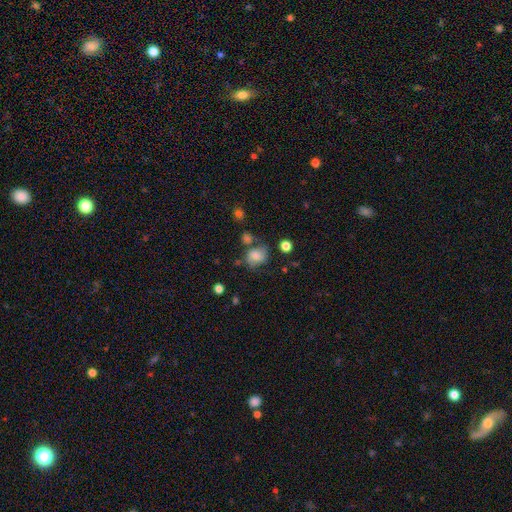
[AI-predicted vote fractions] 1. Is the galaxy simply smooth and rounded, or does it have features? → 61% smooth, 27% featured or disk, 12% star or artifact.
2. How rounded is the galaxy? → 60% round, 39% in between, 1% cigar-shaped.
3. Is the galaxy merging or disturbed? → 53% none, 24% minor disturbance, 12% major disturbance, 10% merger.